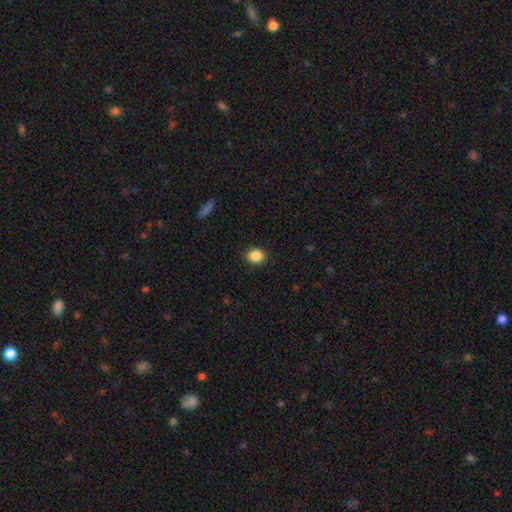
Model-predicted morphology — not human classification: The model was most divided on "how rounded": round: 69%, in between: 30%, cigar-shaped: 1%. More confident: merging — none (88%); smooth or featured — smooth (87%).